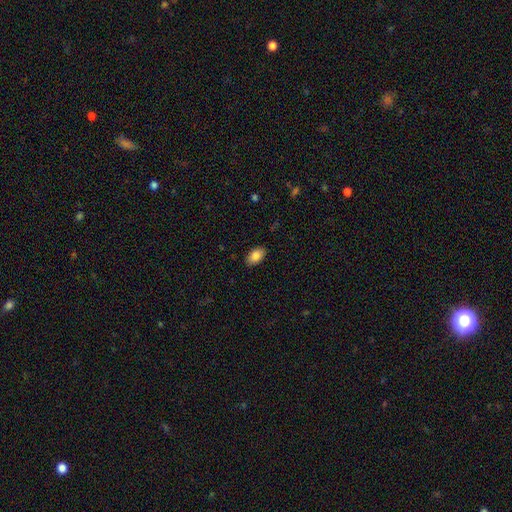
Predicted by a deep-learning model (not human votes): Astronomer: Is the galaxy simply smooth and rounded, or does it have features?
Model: smooth — 86%.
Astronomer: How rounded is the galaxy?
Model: in between — 93%.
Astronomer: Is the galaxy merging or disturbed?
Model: none — 88%.